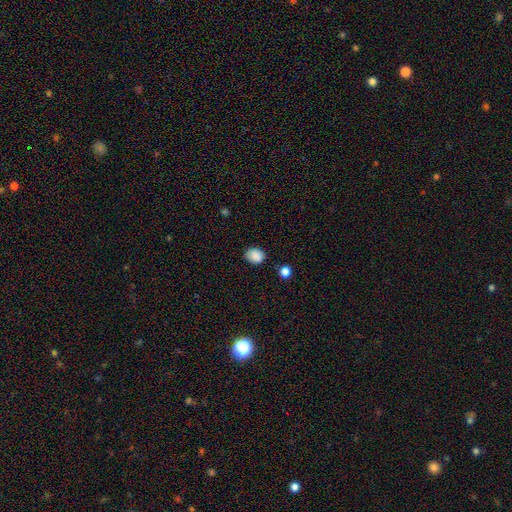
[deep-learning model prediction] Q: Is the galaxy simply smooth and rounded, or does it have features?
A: smooth — 86%.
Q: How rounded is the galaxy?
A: in between — 58%.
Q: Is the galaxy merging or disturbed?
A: none — 74%.